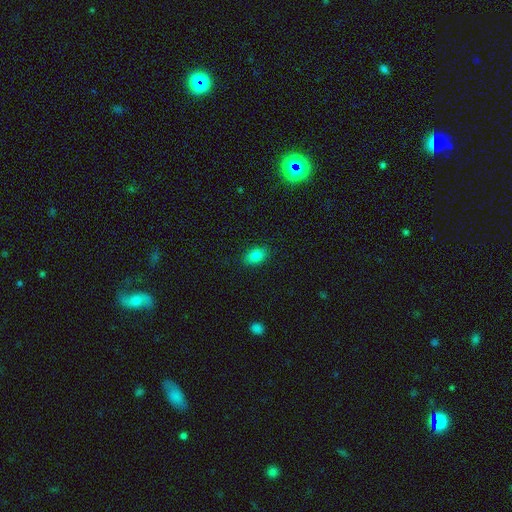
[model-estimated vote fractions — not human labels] Smooth or featured? smooth (82%)
How rounded? in between (81%)
Merging? none (88%)